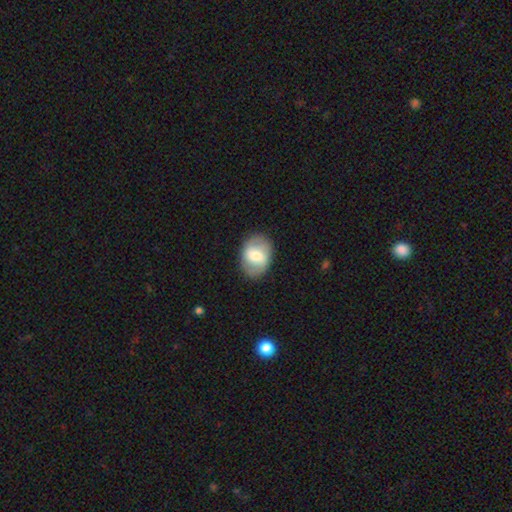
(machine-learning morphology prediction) Smooth or featured?
  - smooth: 56% *
  - featured or disk: 38%
  - star or artifact: 7%
How rounded?
  - in between: 73% *
  - round: 26%
  - cigar-shaped: 1%
Merging?
  - none: 85% *
  - minor disturbance: 11%
  - major disturbance: 4%
  - merger: 1%